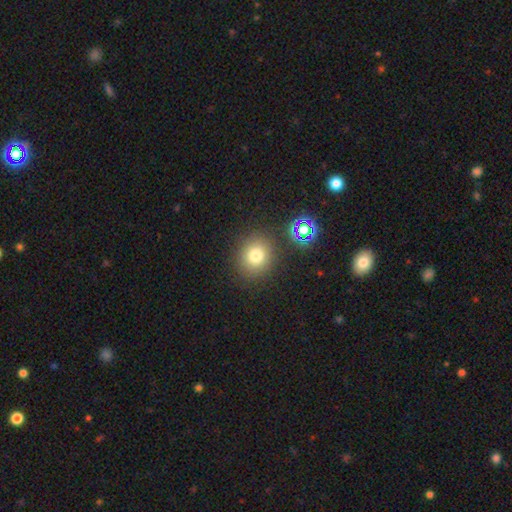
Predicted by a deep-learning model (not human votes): Q: Smooth or featured?
A: smooth (76%); runner-up: star or artifact (16%)
Q: How rounded?
A: round (82%); runner-up: in between (17%)
Q: Merging?
A: none (85%); runner-up: minor disturbance (8%)